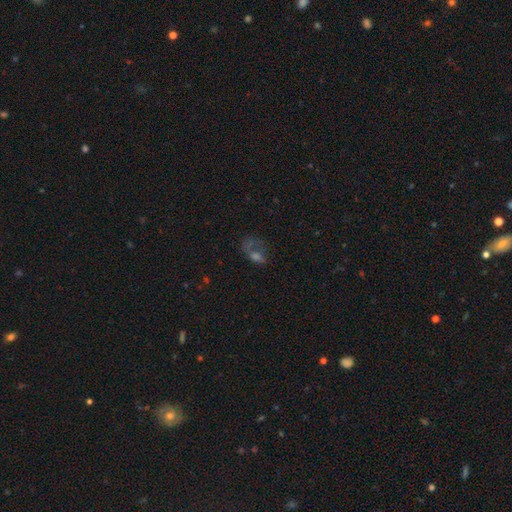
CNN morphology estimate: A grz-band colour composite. It shows a featured or disk galaxy (41%). Merging: major disturbance (46%).